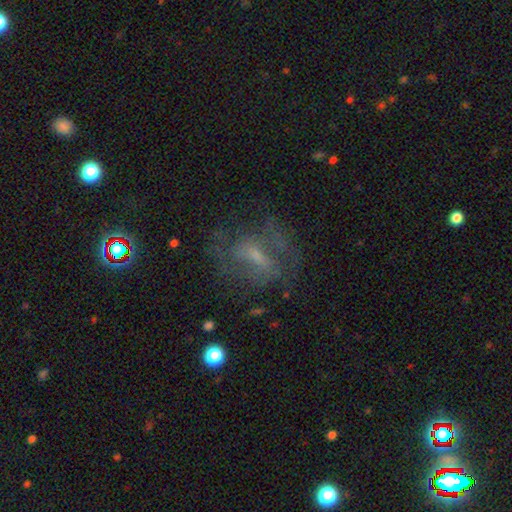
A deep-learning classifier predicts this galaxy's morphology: Smooth or featured?
  - featured or disk: 56% *
  - smooth: 29%
  - star or artifact: 15%
Edge-on disk?
  - no: 93% *
  - yes: 7%
Bar?
  - weak: 45% *
  - no: 33%
  - strong: 22%
Spiral arms?
  - yes: 53% *
  - no: 47%
Bulge size?
  - small: 45% *
  - moderate: 29%
  - none: 21%
  - large: 4%
  - dominant: 1%
Merging?
  - none: 55% *
  - major disturbance: 23%
  - minor disturbance: 19%
  - merger: 2%